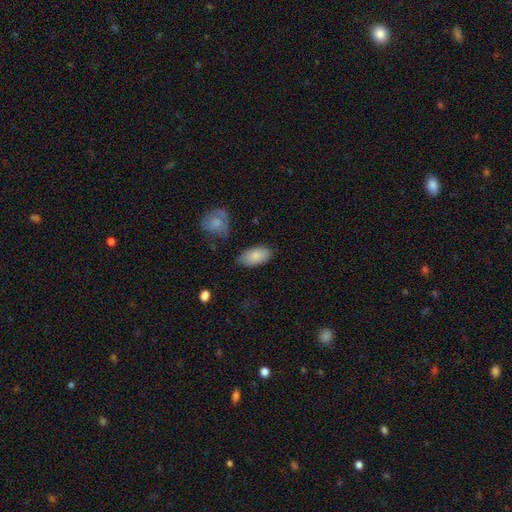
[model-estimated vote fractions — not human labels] A smooth galaxy with no disk features (86%) that is in between round and cigar-shaped (94%). Merging: none (78%).